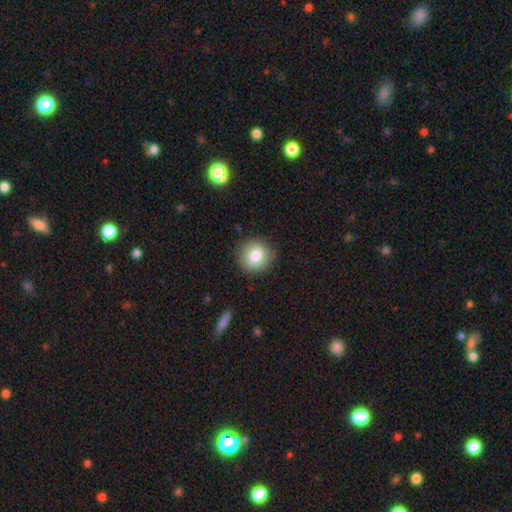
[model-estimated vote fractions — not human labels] A smooth galaxy with no disk features (81%) that is round (82%). Merging: none (85%).